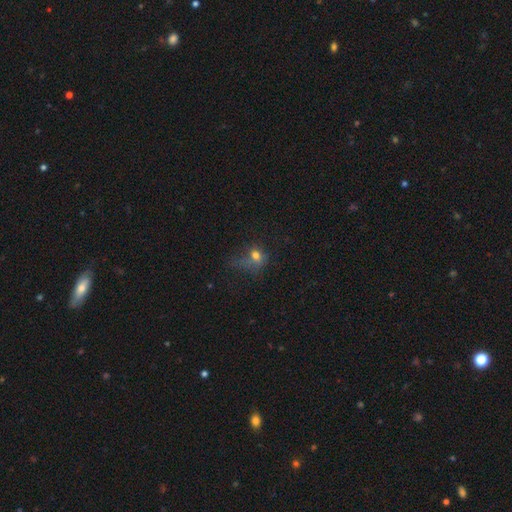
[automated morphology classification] type=smooth (65%); roundness=round (56%); merging=major disturbance (41%).